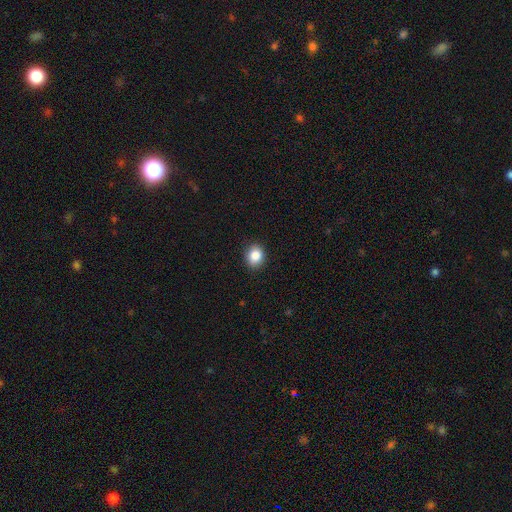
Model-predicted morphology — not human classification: A smooth galaxy with no disk features (85%) that is round (67%).

Vote fractions:
- Smooth or featured? smooth: 85% / star or artifact: 10% / featured or disk: 5%
- How rounded? round: 67% / in between: 32% / cigar-shaped: 1%
- Merging? none: 91% / minor disturbance: 7% / major disturbance: 2% / merger: 1%